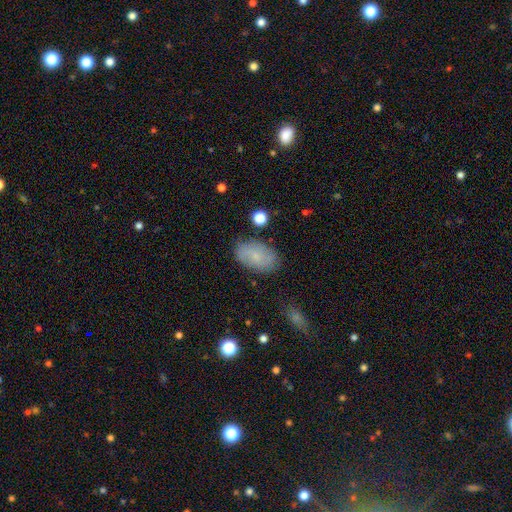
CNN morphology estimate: This is likely a smooth galaxy (68%). How rounded: clearly in between (91%). Merging: clearly none (80%).